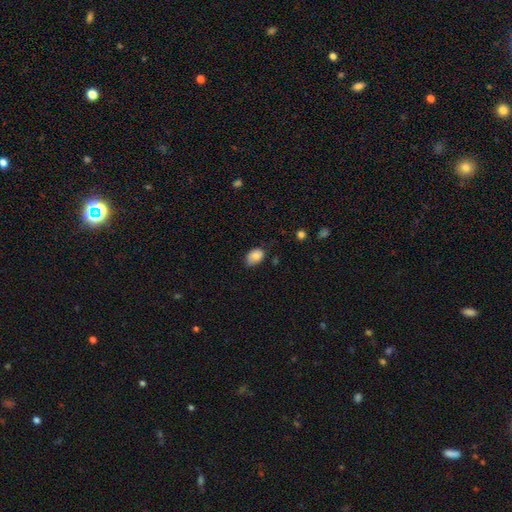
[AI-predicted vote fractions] The model was most divided on "merging": none: 60%, minor disturbance: 32%, major disturbance: 6%, merger: 2%. More confident: smooth or featured — smooth (79%); how rounded — in between (78%).